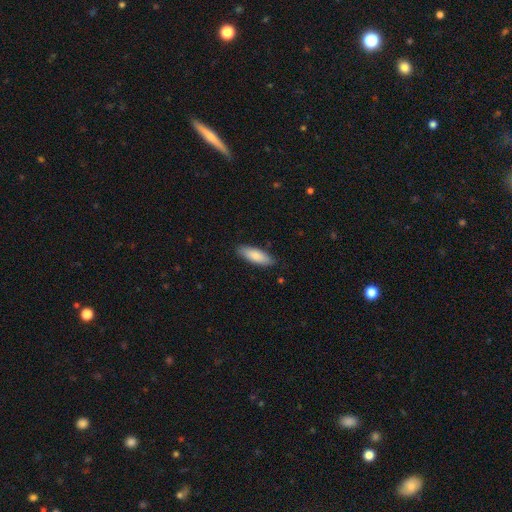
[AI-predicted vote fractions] Smooth or featured: smooth — 85% (featured or disk — 10%)
How rounded: in between — 63% (cigar-shaped — 36%)
Merging: none — 86% (minor disturbance — 11%)